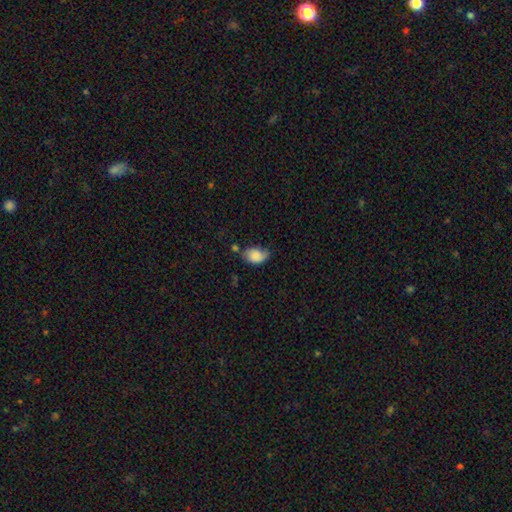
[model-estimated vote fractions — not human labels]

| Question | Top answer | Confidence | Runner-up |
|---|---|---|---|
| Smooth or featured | smooth | 80% | featured or disk (12%) |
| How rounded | in between | 82% | round (17%) |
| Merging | none | 48% | minor disturbance (36%) |